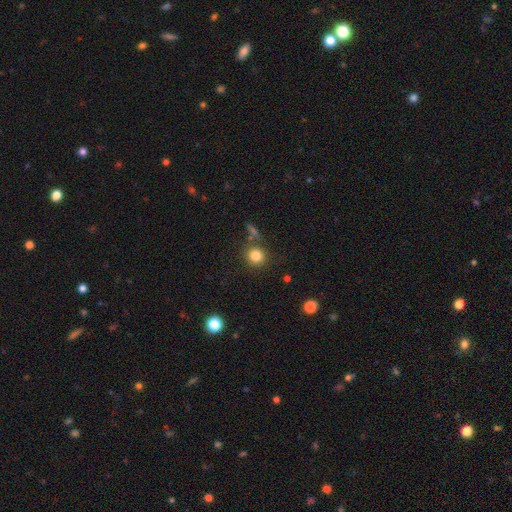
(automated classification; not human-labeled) A smooth galaxy with no disk features (82%) that is round (89%).

Vote fractions:
- Smooth or featured? smooth: 82% / star or artifact: 12% / featured or disk: 6%
- How rounded? round: 89% / in between: 10% / cigar-shaped: 1%
- Merging? none: 79% / minor disturbance: 9% / merger: 8% / major disturbance: 4%